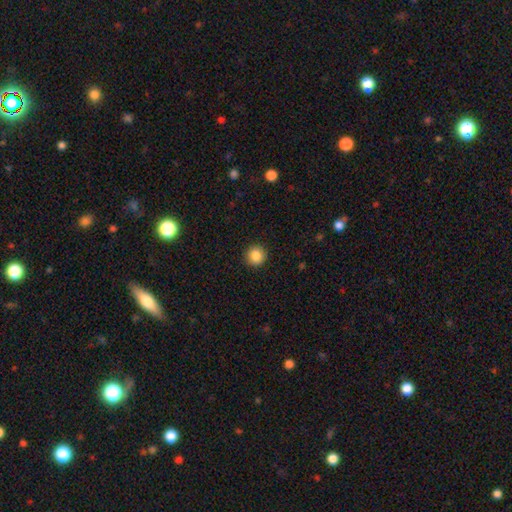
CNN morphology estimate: smooth-or-featured: smooth: 87% | star or artifact: 9% | featured or disk: 4%
  how-rounded: round: 93% | in between: 6% | cigar-shaped: 1%
  merging: none: 92% | minor disturbance: 5% | major disturbance: 2% | merger: 1%